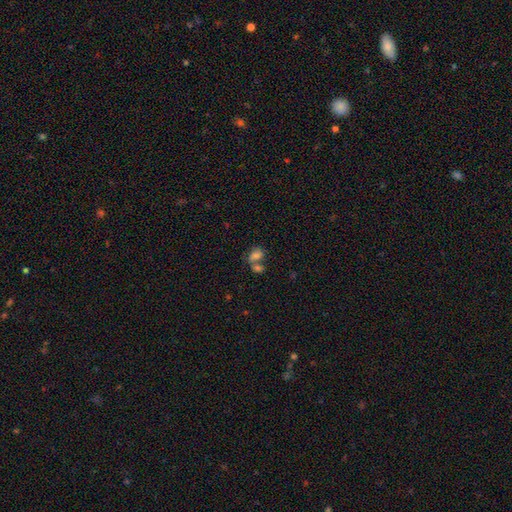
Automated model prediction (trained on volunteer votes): Smooth or featured? smooth (67%)
How rounded? in between (78%)
Merging? merger (57%)